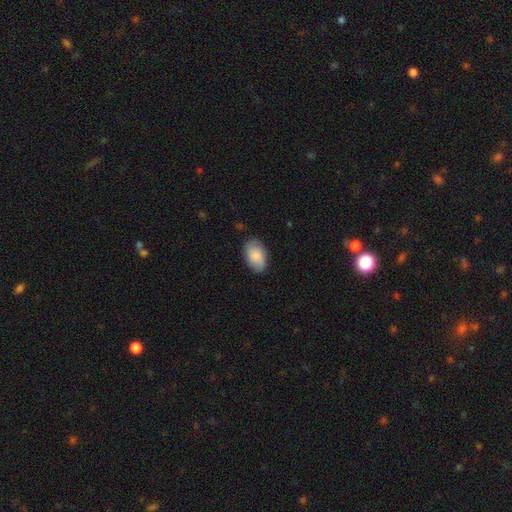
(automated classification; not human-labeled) The model was most divided on "smooth or featured": smooth: 78%, featured or disk: 15%, star or artifact: 7%. More confident: how rounded — in between (92%); merging — none (81%).